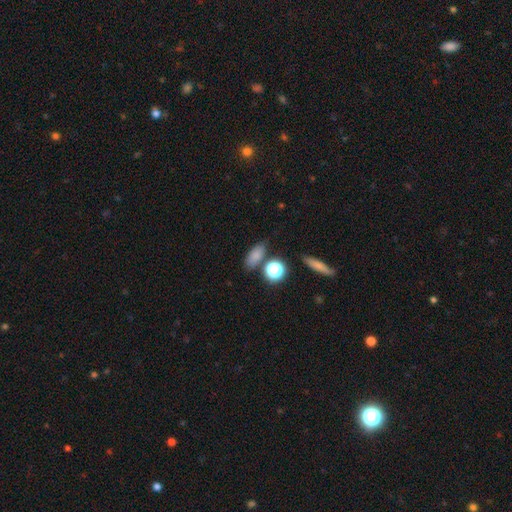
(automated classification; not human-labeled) A smooth galaxy with no disk features (77%) that is in between round and cigar-shaped (69%). Merging: none (72%).